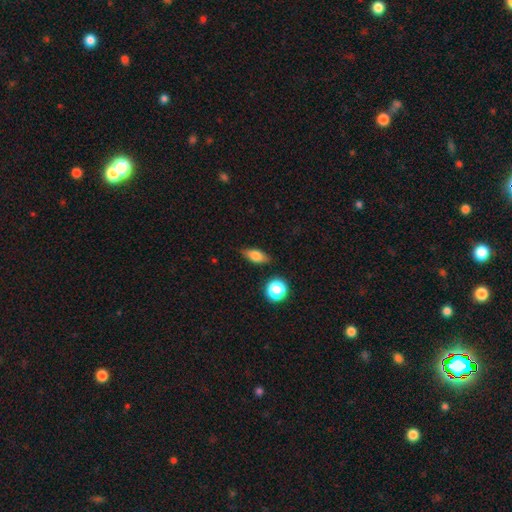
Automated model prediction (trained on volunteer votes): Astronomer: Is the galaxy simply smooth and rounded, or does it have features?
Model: smooth — 75%.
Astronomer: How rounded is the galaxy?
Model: in between — 77%.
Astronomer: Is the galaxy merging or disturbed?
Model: none — 82%.